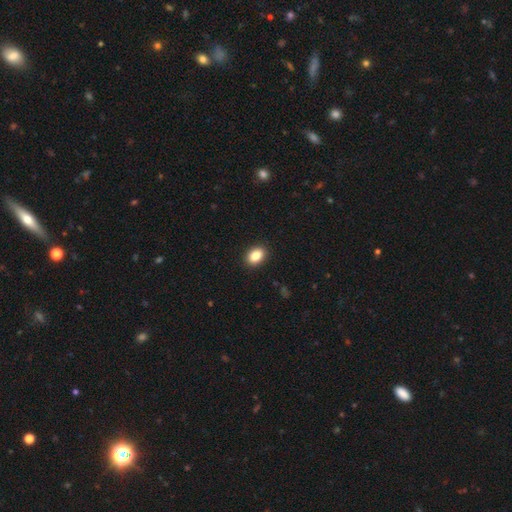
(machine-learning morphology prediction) type=smooth (86%); roundness=in between (78%); merging=none (91%).